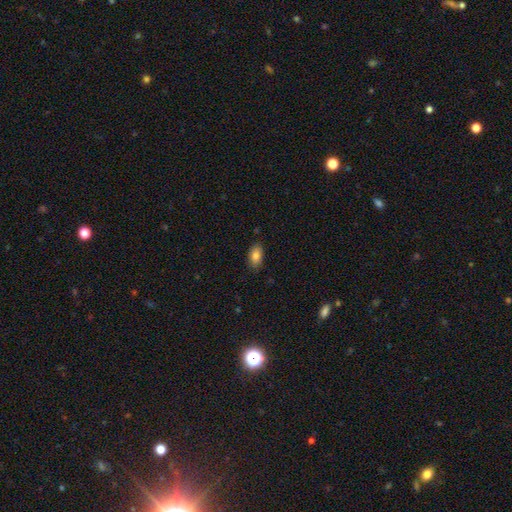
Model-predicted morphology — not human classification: A smooth galaxy with no disk features (83%) that is in between round and cigar-shaped (91%). Merging: none (84%).